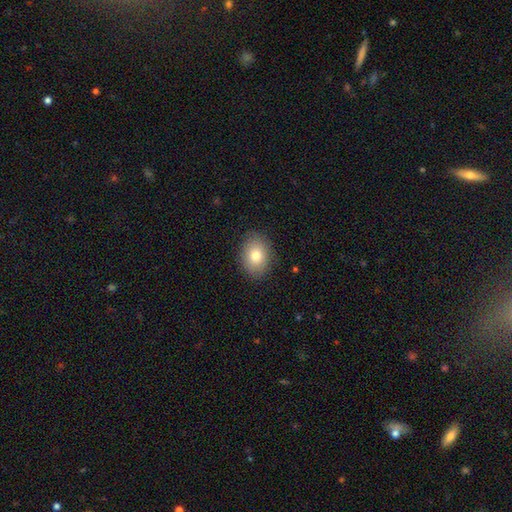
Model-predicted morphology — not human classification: Overall: smooth (79%). How rounded: in between (68%; round 31%). Merging: none (86%).